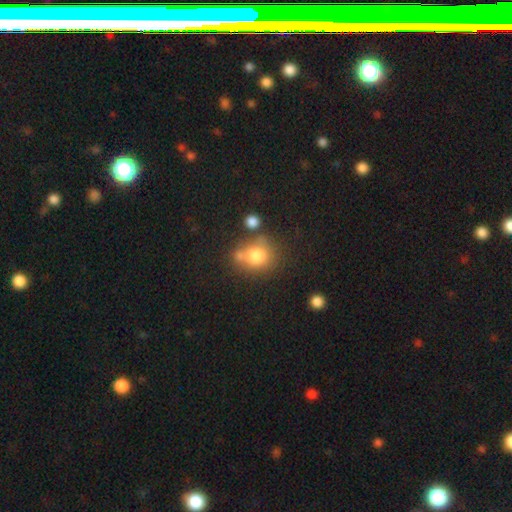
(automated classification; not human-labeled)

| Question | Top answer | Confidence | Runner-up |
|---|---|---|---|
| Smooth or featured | smooth | 76% | featured or disk (12%) |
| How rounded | round | 70% | in between (29%) |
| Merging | none | 49% | merger (28%) |